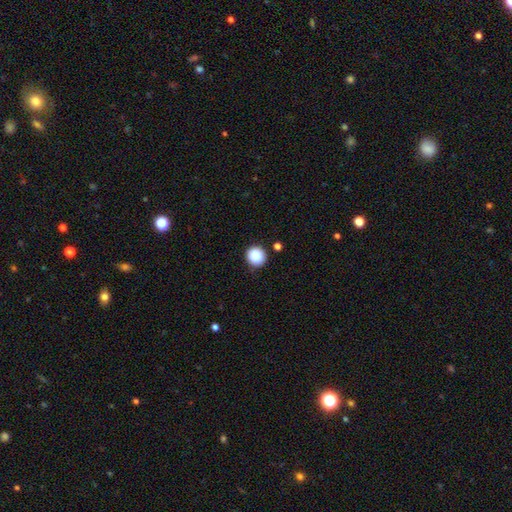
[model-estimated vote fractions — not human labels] A smooth galaxy with no disk features (88%) that is round (94%). Merging: none (89%).